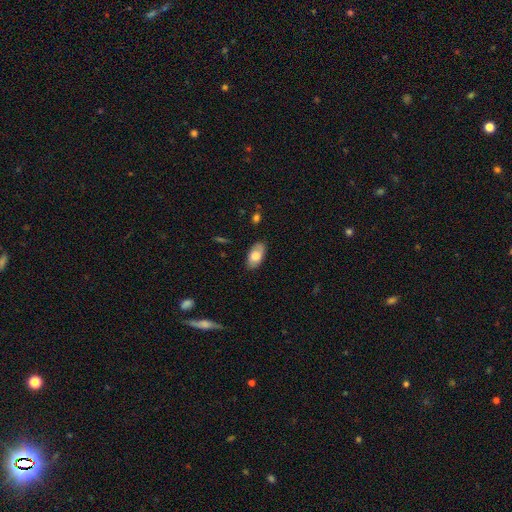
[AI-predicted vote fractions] Smooth or featured? smooth (76%)
How rounded? in between (93%)
Merging? none (82%)